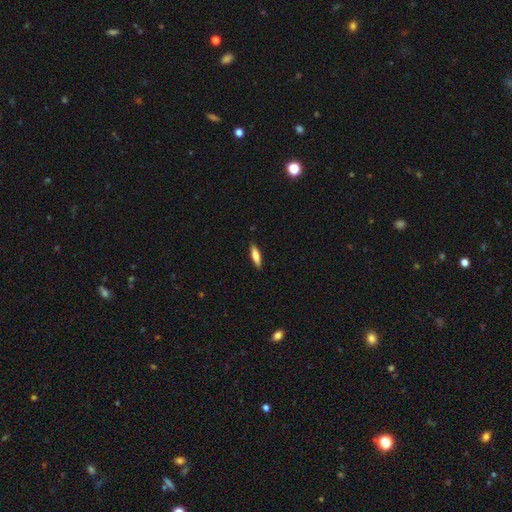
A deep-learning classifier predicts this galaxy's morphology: Smooth or featured: smooth — 70% (featured or disk — 24%)
How rounded: cigar-shaped — 64% (in between — 34%)
Merging: none — 89% (minor disturbance — 8%)